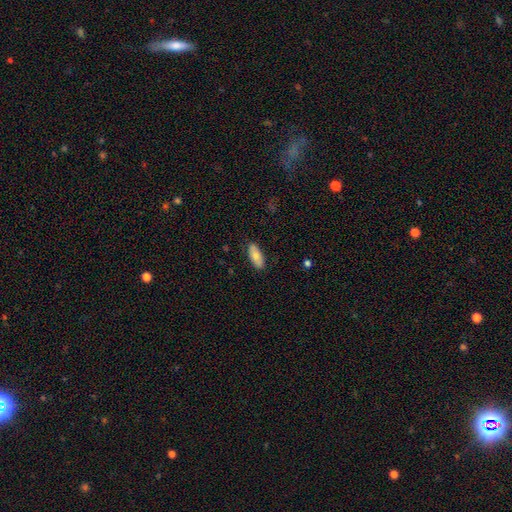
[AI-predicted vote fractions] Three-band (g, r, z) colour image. It shows a smooth galaxy with no disk features (73%) that is in between round and cigar-shaped (82%). Merging: none (86%).